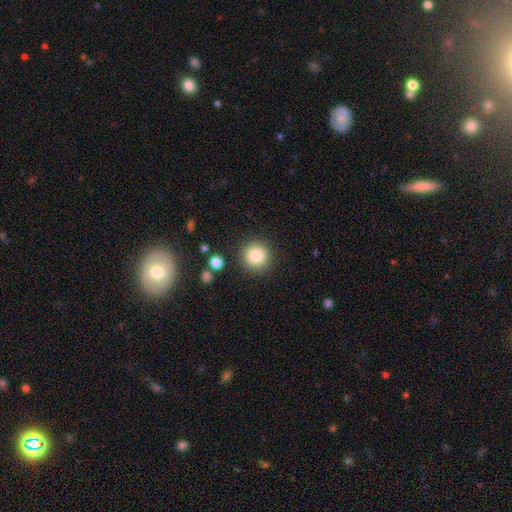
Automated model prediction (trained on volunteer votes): Smooth or featured: smooth — 85% (star or artifact — 9%)
How rounded: round — 94% (in between — 5%)
Merging: none — 89% (minor disturbance — 7%)